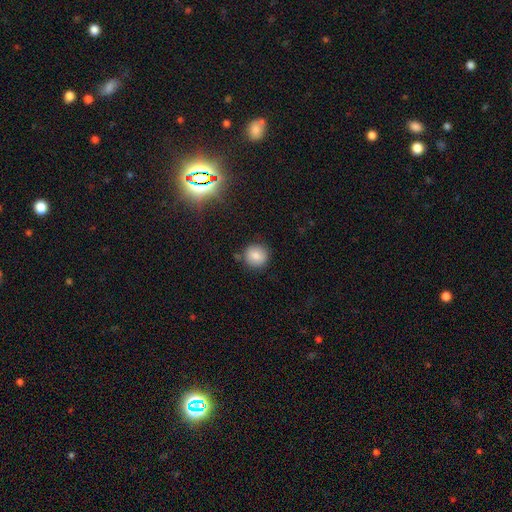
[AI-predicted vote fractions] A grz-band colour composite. It shows a smooth galaxy with no disk features (81%) that is round (92%). Merging: none (84%).